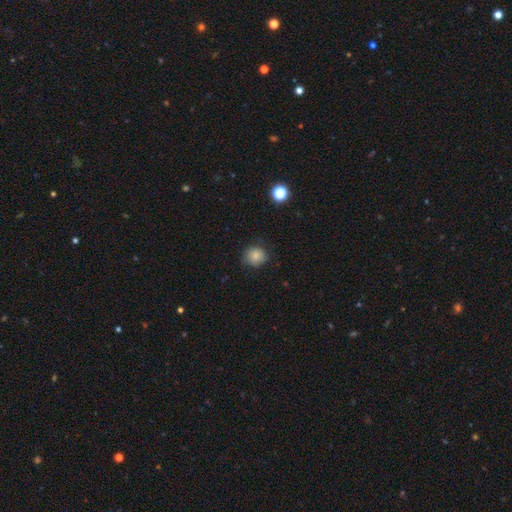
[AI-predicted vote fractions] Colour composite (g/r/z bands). It shows a smooth galaxy with no disk features (84%) that is round (83%). Merging: none (79%).